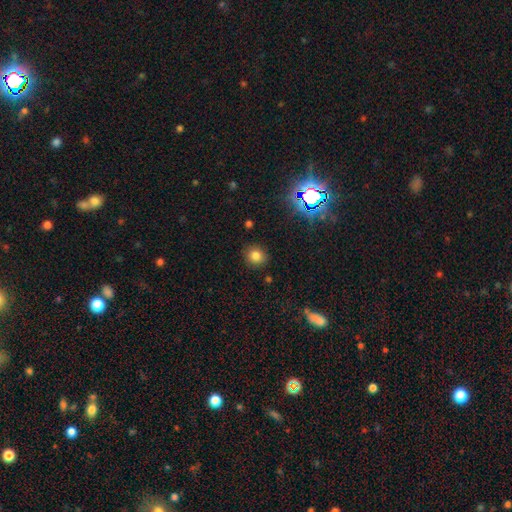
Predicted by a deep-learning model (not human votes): smooth 79%, star or artifact 16%, featured or disk 6%. Down the decision tree: how rounded — round (82%); merging — none (87%).